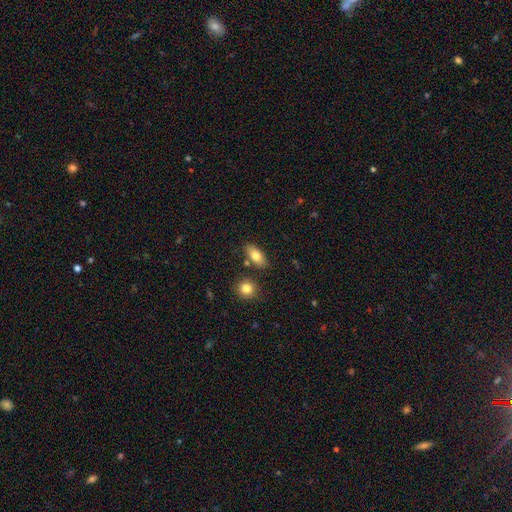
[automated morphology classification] This is likely a smooth galaxy (77%). How rounded: clearly in between (85%). Merging: likely none (79%).